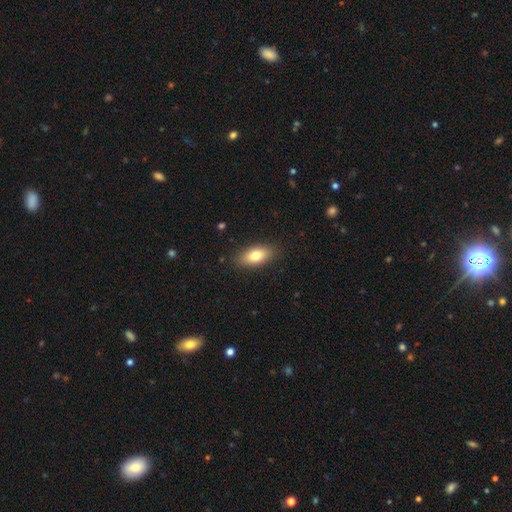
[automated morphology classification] This appears to be a smooth galaxy with no disk features (79%) that is in between round and cigar-shaped (86%). Merging: none (87%).